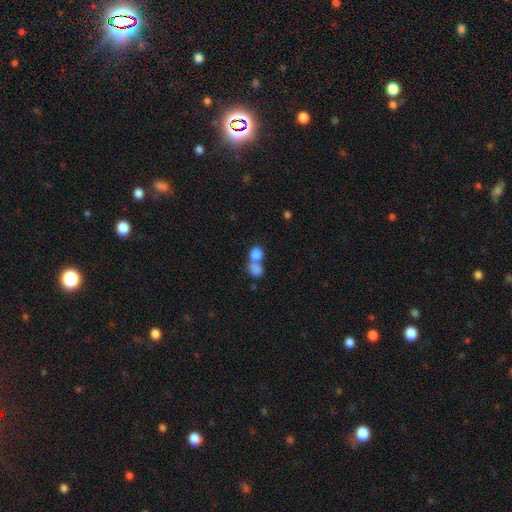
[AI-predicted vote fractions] Q: Smooth or featured?
A: smooth (82%); runner-up: star or artifact (10%)
Q: How rounded?
A: round (69%); runner-up: in between (29%)
Q: Merging?
A: merger (55%); runner-up: none (33%)